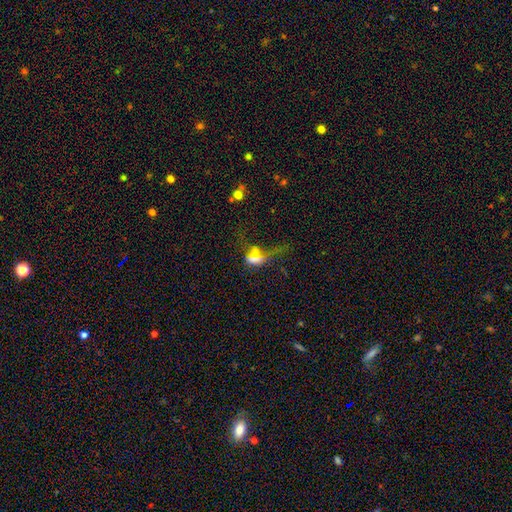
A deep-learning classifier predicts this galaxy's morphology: smooth 46%, featured or disk 30%, star or artifact 24%. Down the decision tree: merging — major disturbance (32%).